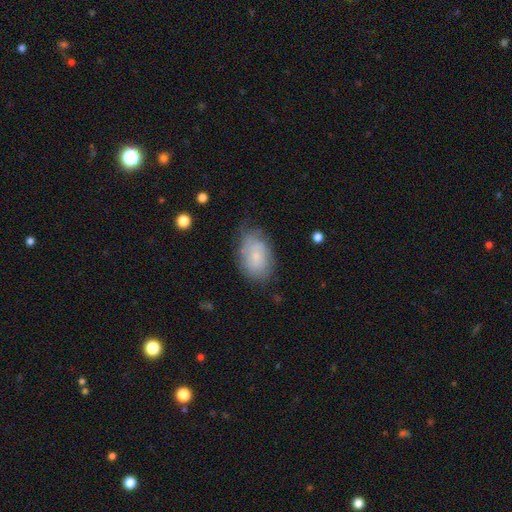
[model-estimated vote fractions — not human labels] This appears to be a smooth galaxy with no disk features (59%) that is in between round and cigar-shaped (86%). Merging: none (57%).